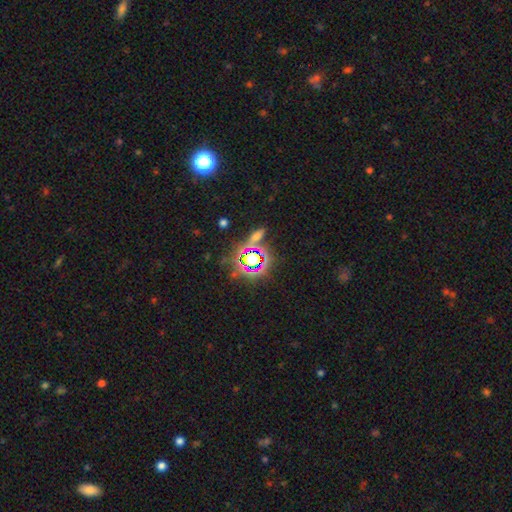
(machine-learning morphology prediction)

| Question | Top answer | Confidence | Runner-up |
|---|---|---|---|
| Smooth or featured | star or artifact | 63% | smooth (24%) |